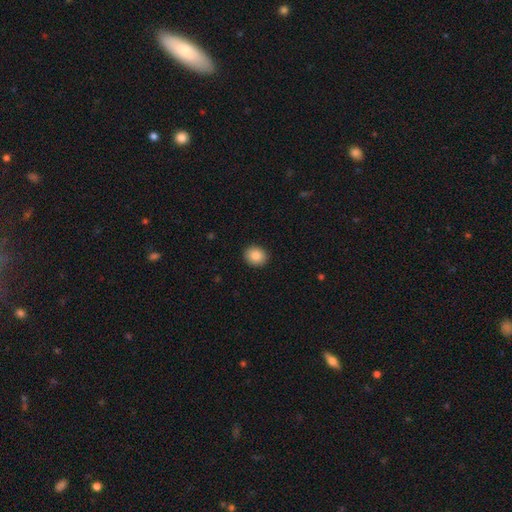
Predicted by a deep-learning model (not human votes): Smooth or featured? smooth (87%)
How rounded? round (72%)
Merging? none (91%)